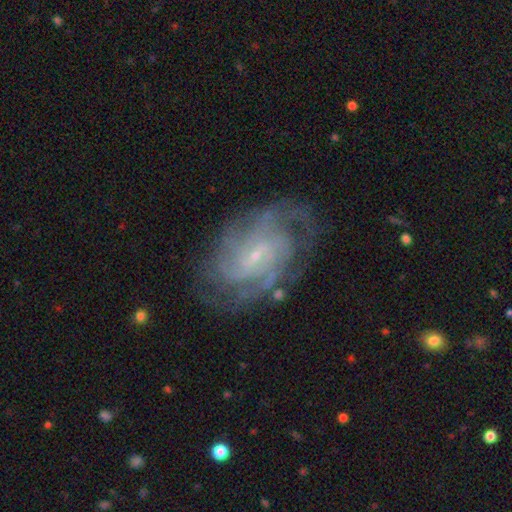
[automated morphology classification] Overall: featured or disk (87%). Edge-on disk: no (97%). Bar: weak (46%; no 42%). Spiral arms: yes (96%). Spiral arm count: can't tell (30%; 4 21%). Spiral winding: tight (56%; medium 36%). Bulge size: small (83%). Merging: none (74%).